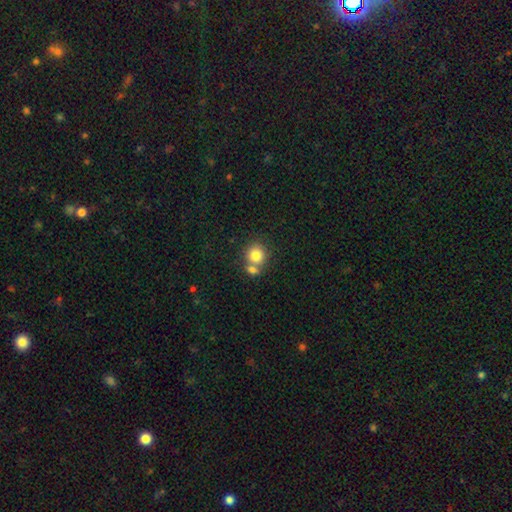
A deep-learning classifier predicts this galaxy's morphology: type=smooth (80%); roundness=round (85%); merging=none (47%).